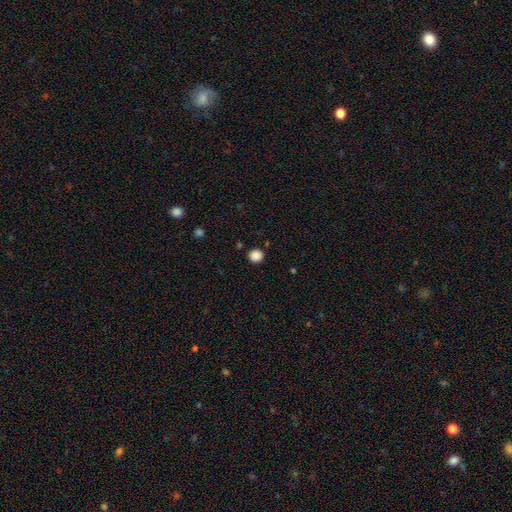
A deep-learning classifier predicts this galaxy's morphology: This is clearly a smooth galaxy (87%). How rounded: clearly round (91%). Merging: clearly none (90%).